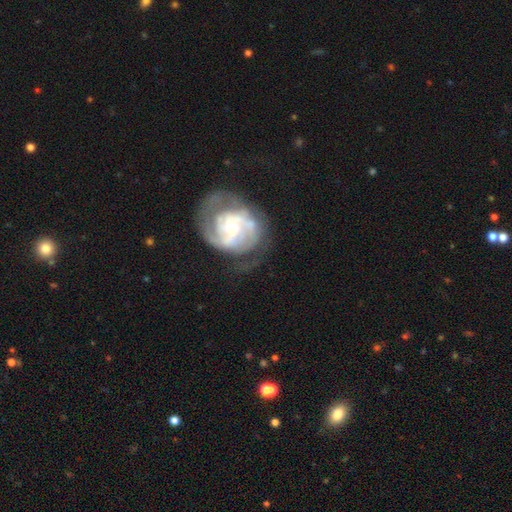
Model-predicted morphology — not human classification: A featured or disk galaxy (79%) with a weak bar (40%, tied with no), 2 (63%) tight (57%) spiral arms (92%) and a moderate central bulge (49%). Merging: none (75%).